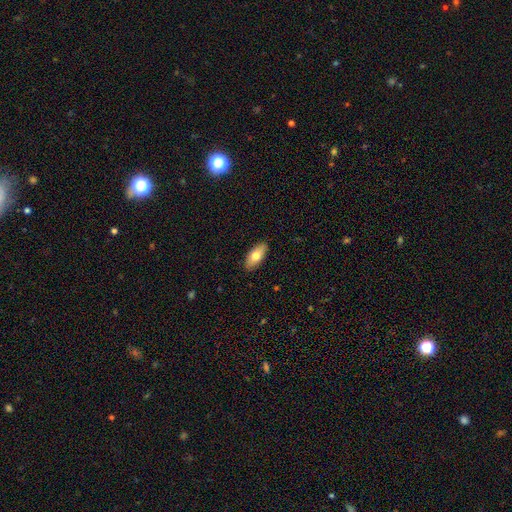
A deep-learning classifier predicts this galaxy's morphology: smooth_or_featured: smooth (p=0.73) [alt: featured or disk p=0.21]
how_rounded: in between (p=0.87) [alt: cigar-shaped p=0.11]
merging: none (p=0.89) [alt: minor disturbance p=0.09]